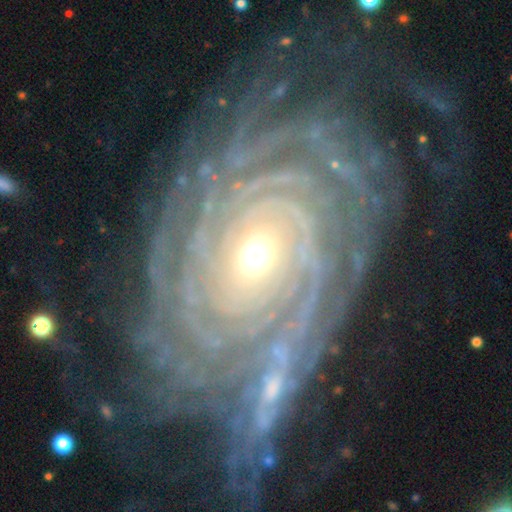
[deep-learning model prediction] The model was most divided on "spiral arm count": more than 4: 25%, 4: 18%, can't tell: 18%, 2: 15%, 3: 14%, 1: 9%. More confident: spiral arms — yes (98%); edge-on disk — no (97%); smooth or featured — featured or disk (91%); spiral winding — tight (85%); merging — none (72%); bar — no (68%); bulge size — small (63%).